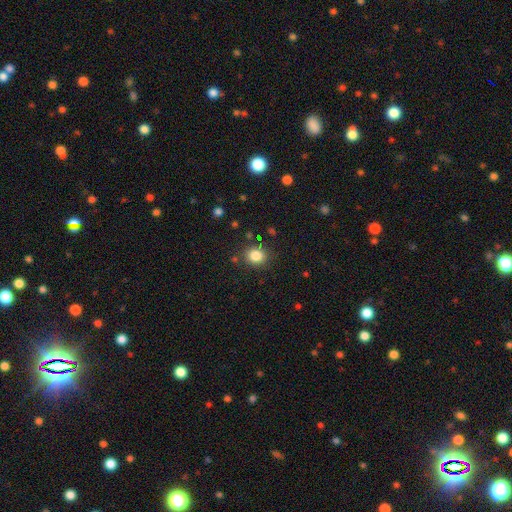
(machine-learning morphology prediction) Smooth or featured? Predicted: smooth (p=0.83). How rounded? Predicted: round (p=0.70). Merging? Predicted: none (p=0.85).